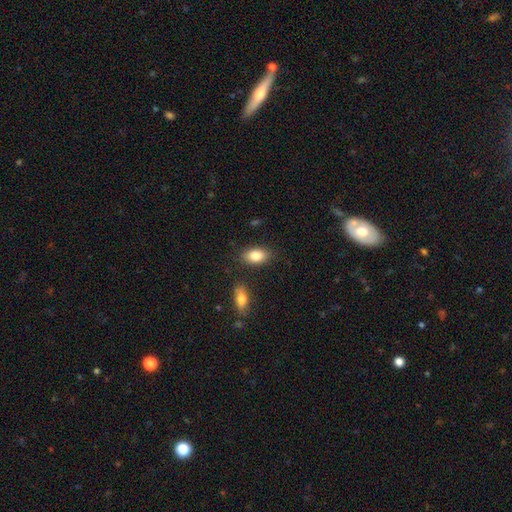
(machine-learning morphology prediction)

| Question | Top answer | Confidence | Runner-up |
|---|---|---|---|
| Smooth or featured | smooth | 84% | featured or disk (9%) |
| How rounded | in between | 90% | round (6%) |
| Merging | none | 82% | minor disturbance (11%) |